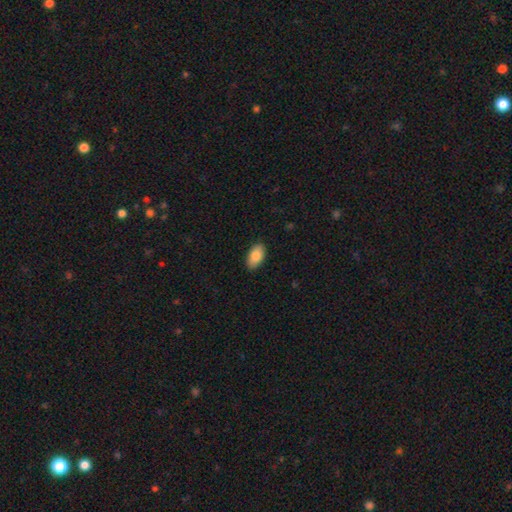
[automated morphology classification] smooth-or-featured: smooth: 85% | featured or disk: 8% | star or artifact: 7%
  how-rounded: in between: 94% | round: 3% | cigar-shaped: 3%
  merging: none: 88% | minor disturbance: 9% | major disturbance: 2% | merger: 1%